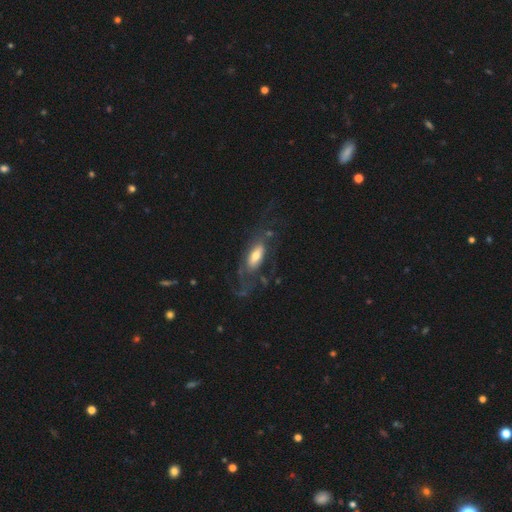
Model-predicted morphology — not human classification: Smooth or featured? Predicted: featured or disk (p=0.56). Edge-on disk? Predicted: no (p=0.80). Merging? Predicted: none (p=0.42).